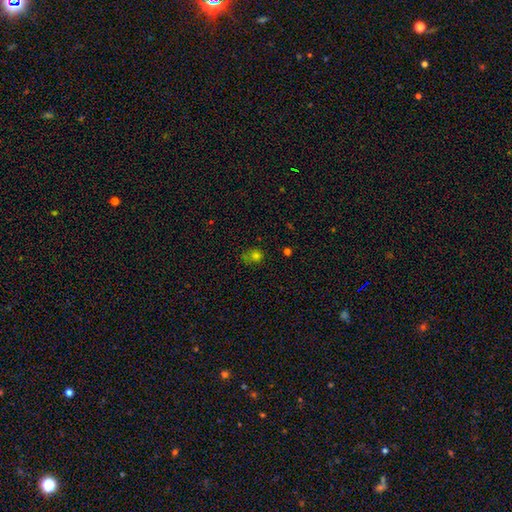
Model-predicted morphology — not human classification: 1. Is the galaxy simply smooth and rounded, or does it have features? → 71% smooth, 20% star or artifact, 8% featured or disk.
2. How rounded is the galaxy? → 73% round, 26% in between, 1% cigar-shaped.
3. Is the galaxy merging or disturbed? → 54% none, 26% minor disturbance, 13% major disturbance, 7% merger.